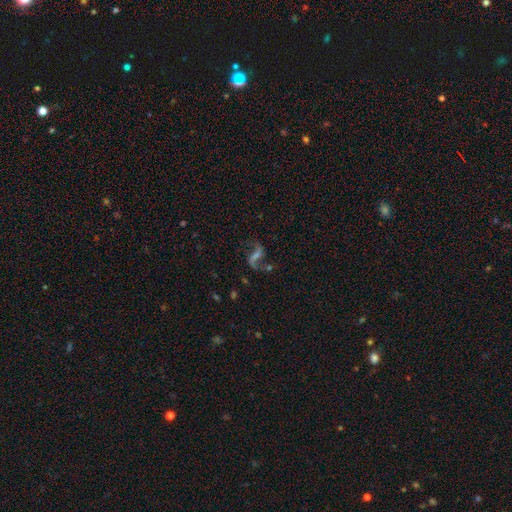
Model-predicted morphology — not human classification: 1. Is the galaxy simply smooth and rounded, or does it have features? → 80% featured or disk, 11% star or artifact, 9% smooth.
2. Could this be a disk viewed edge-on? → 96% no, 4% yes.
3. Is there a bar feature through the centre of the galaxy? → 41% weak, 35% strong, 23% no.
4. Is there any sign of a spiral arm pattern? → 94% yes, 6% no.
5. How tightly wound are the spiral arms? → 81% loose, 16% medium, 3% tight.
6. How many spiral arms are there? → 91% 2, 5% 1, 2% can't tell, 1% 3, 1% 4, 1% more than 4.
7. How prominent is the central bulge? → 37% none (tied), 37% small (tied), 20% moderate, 4% large, 2% dominant.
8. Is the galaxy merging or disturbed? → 69% none, 14% minor disturbance, 13% major disturbance, 5% merger.